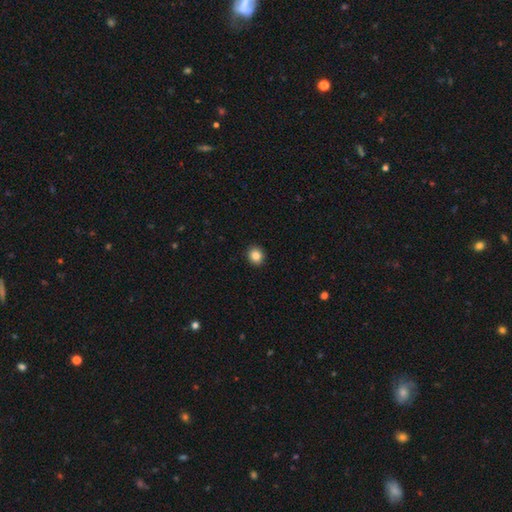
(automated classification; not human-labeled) A smooth galaxy with no disk features (85%) that is round (79%). Merging: none (92%).